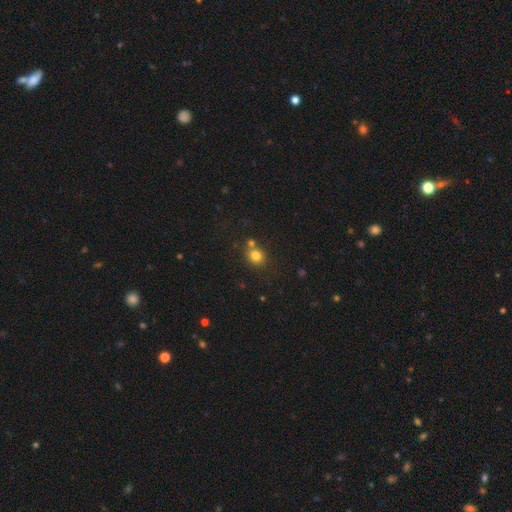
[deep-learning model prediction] smooth-or-featured: smooth: 79% | star or artifact: 13% | featured or disk: 7%
  how-rounded: round: 75% | in between: 24% | cigar-shaped: 1%
  merging: none: 66% | merger: 20% | minor disturbance: 10% | major disturbance: 3%